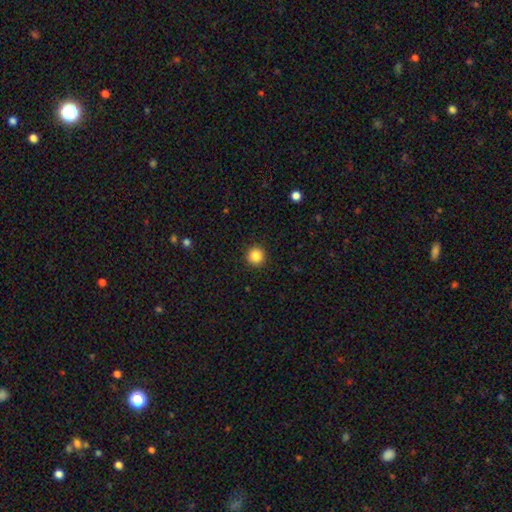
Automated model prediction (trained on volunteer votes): Smooth or featured? smooth (86%)
How rounded? round (96%)
Merging? none (93%)